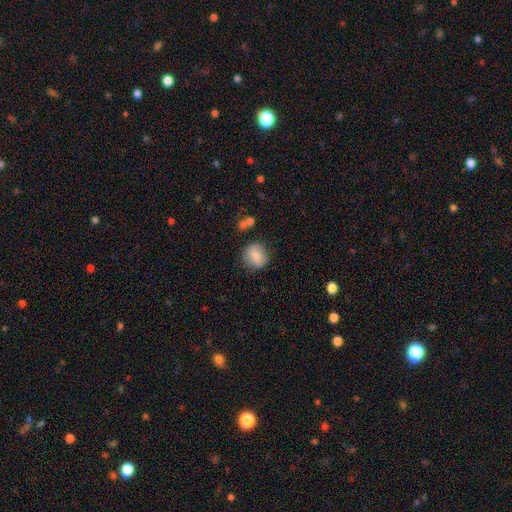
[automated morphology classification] Smooth or featured? smooth (77%)
How rounded? round (84%)
Merging? none (78%)